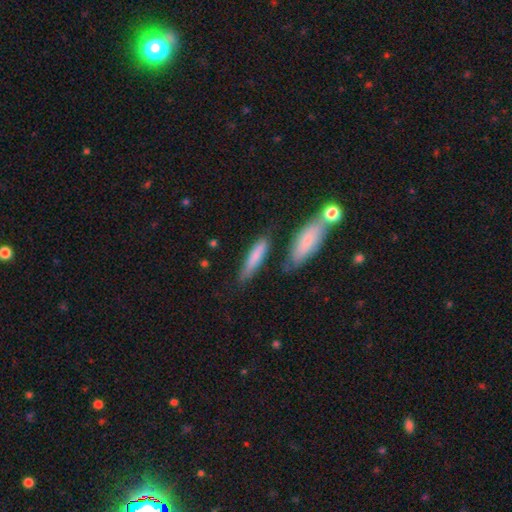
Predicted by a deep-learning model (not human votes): This is likely a smooth galaxy (78%). How rounded: clearly cigar-shaped (81%). Merging: likely none (68%).